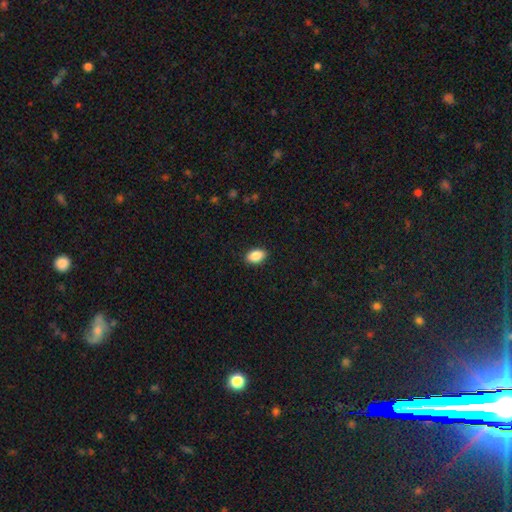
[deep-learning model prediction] This is clearly a smooth galaxy (89%). How rounded: clearly in between (89%). Merging: clearly none (89%).